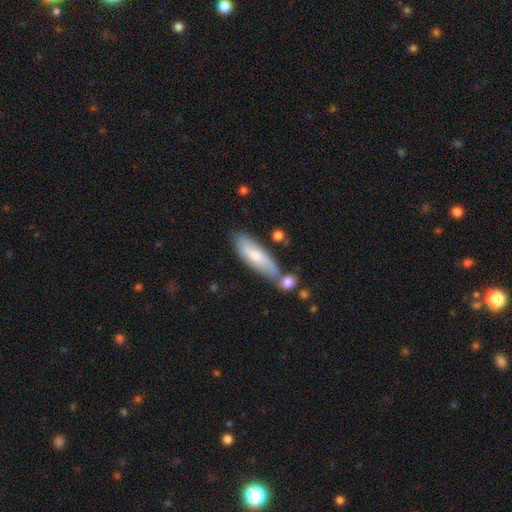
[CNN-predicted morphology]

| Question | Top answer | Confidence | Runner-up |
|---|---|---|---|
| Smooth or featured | smooth | 65% | featured or disk (29%) |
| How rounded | cigar-shaped | 53% | in between (45%) |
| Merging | none | 60% | minor disturbance (19%) |